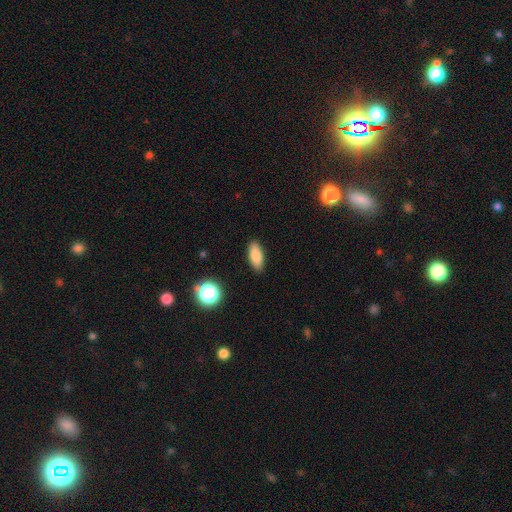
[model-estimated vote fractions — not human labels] Smooth or featured?
  - smooth: 83% *
  - featured or disk: 9%
  - star or artifact: 9%
How rounded?
  - in between: 82% *
  - cigar-shaped: 14%
  - round: 3%
Merging?
  - none: 89% *
  - minor disturbance: 8%
  - major disturbance: 2%
  - merger: 1%